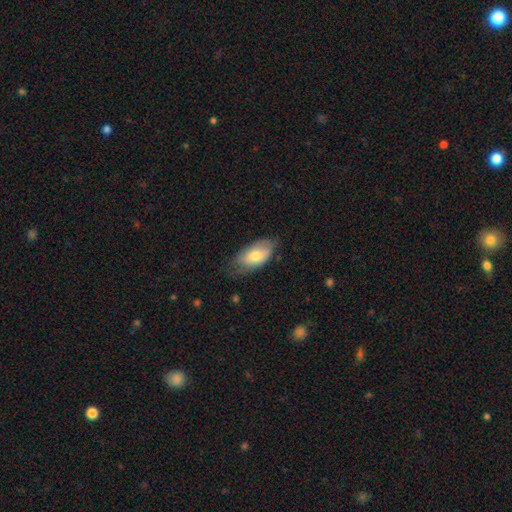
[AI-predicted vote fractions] Smooth or featured?
  - smooth: 67% *
  - featured or disk: 27%
  - star or artifact: 6%
How rounded?
  - in between: 93% *
  - cigar-shaped: 4%
  - round: 3%
Merging?
  - none: 59% *
  - minor disturbance: 31%
  - major disturbance: 8%
  - merger: 1%